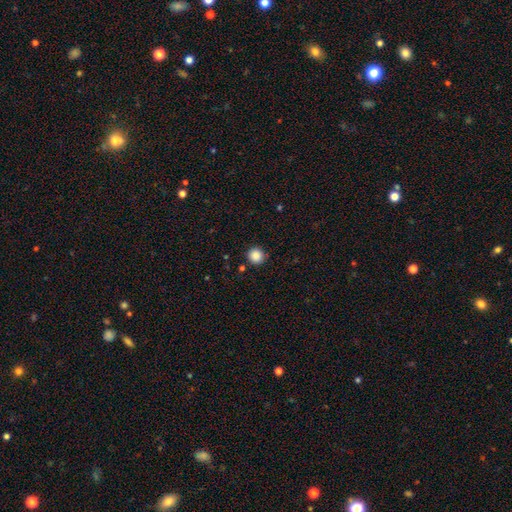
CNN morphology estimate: smooth-or-featured: smooth: 87% | star or artifact: 10% | featured or disk: 3%
  how-rounded: round: 95% | in between: 4% | cigar-shaped: 1%
  merging: none: 90% | minor disturbance: 6% | major disturbance: 2% | merger: 2%